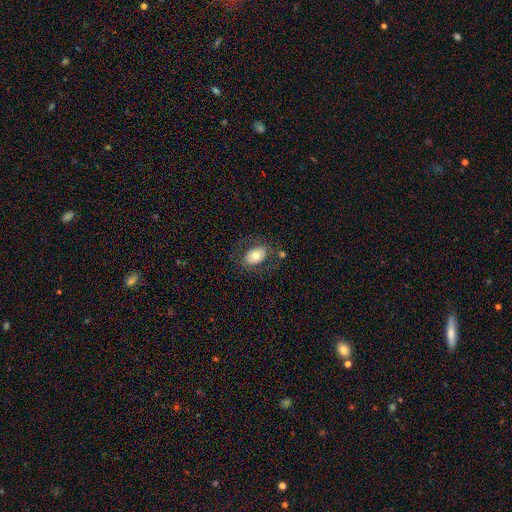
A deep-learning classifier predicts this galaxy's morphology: Smooth or featured: smooth — 64% (featured or disk — 28%)
How rounded: in between — 79% (round — 20%)
Merging: none — 74% (minor disturbance — 13%)